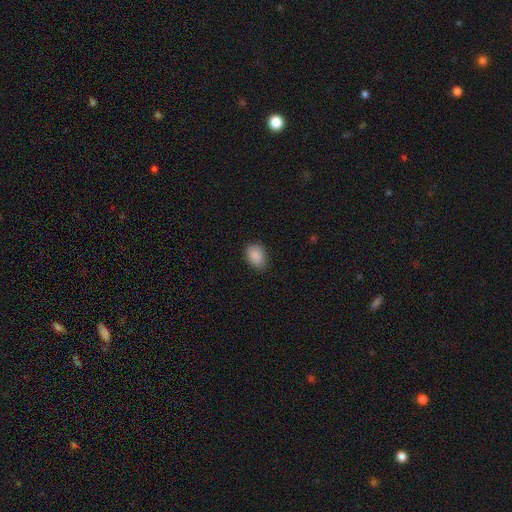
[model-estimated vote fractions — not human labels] smooth_or_featured: smooth (p=0.89) [alt: star or artifact p=0.07]
how_rounded: in between (p=0.78) [alt: round p=0.21]
merging: none (p=0.82) [alt: minor disturbance p=0.14]